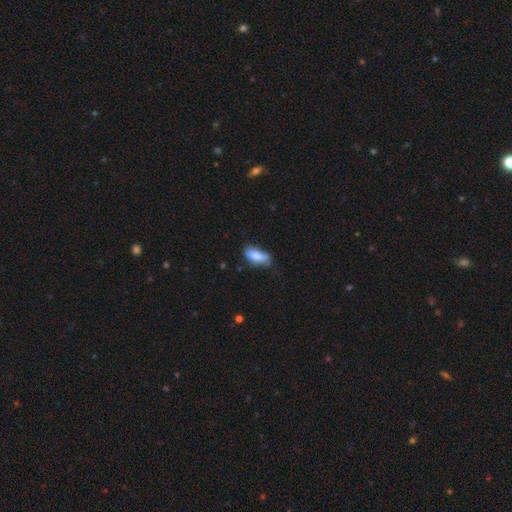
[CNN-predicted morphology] Smooth or featured? smooth (78%)
How rounded? in between (80%)
Merging? none (43%)